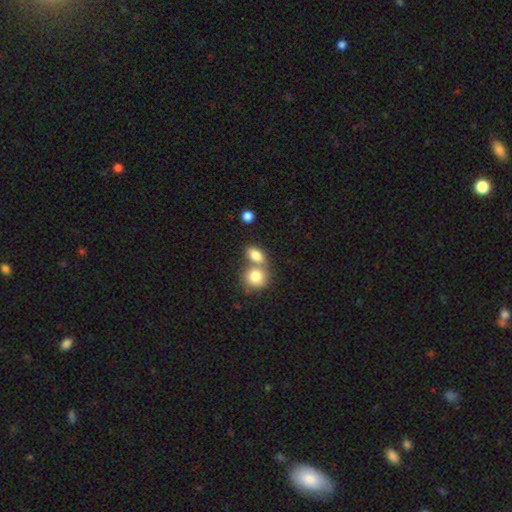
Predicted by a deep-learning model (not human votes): A smooth galaxy with no disk features (82%) that is in between round and cigar-shaped (72%). Merging: merger (53%).